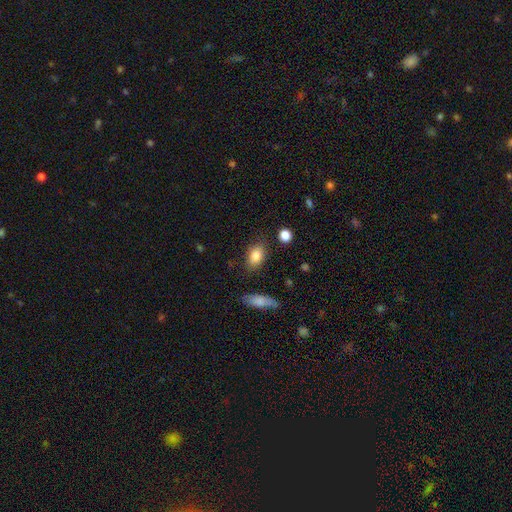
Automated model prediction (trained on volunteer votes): This appears to be a smooth galaxy with no disk features (85%) that is in between round and cigar-shaped (83%). Merging: none (79%).